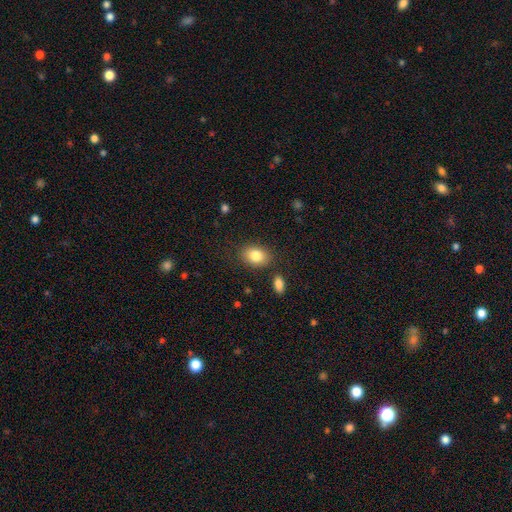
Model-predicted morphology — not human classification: type=smooth (83%); roundness=in between (75%); merging=none (82%).